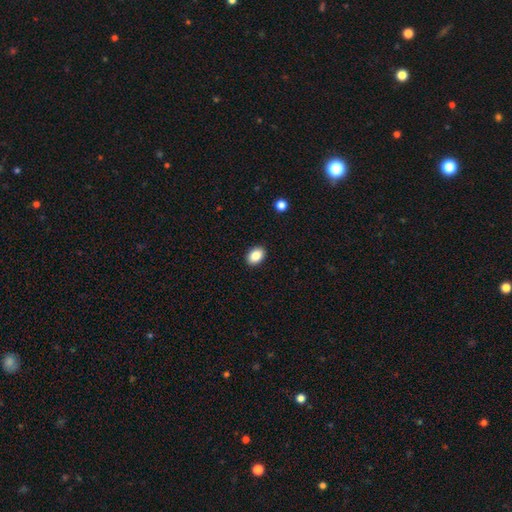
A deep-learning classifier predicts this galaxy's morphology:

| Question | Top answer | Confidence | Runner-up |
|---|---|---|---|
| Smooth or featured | smooth | 88% | star or artifact (8%) |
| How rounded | in between | 78% | round (21%) |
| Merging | none | 90% | minor disturbance (7%) |